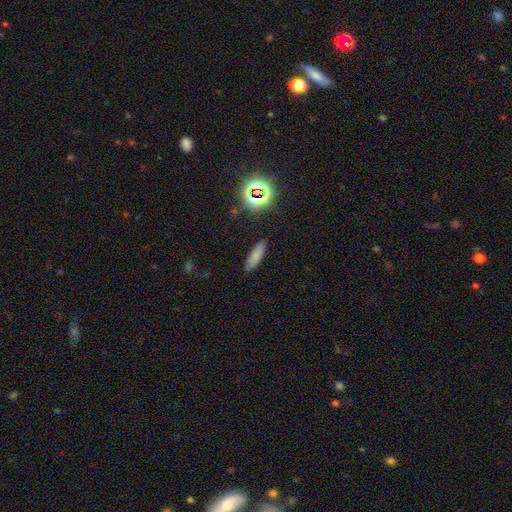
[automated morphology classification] Q: Smooth or featured?
A: smooth (76%); runner-up: star or artifact (14%)
Q: How rounded?
A: cigar-shaped (60%); runner-up: in between (38%)
Q: Merging?
A: none (86%); runner-up: minor disturbance (9%)